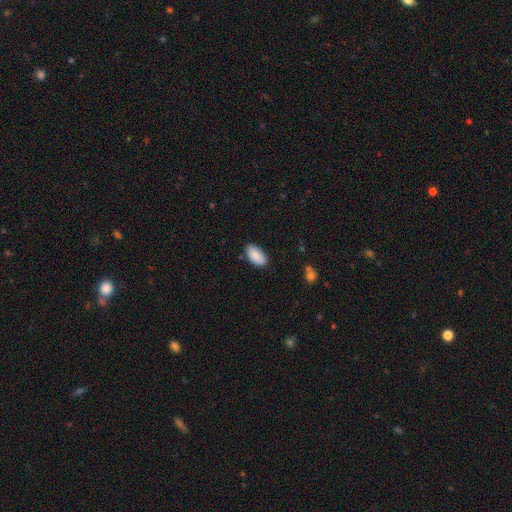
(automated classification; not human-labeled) This is clearly a smooth galaxy (87%). How rounded: clearly in between (95%). Merging: clearly none (83%).